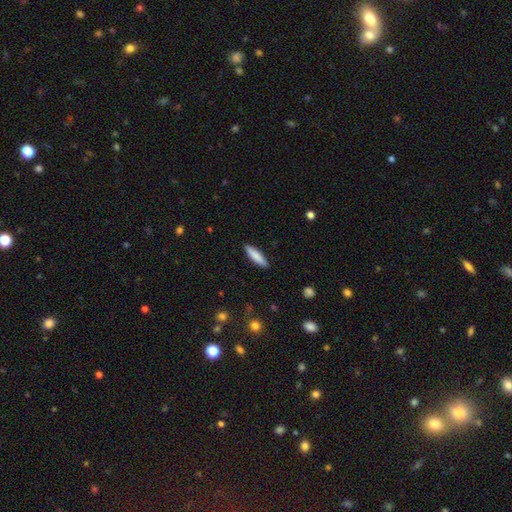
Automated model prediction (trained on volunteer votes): Smooth or featured?
  - smooth: 83% *
  - featured or disk: 11%
  - star or artifact: 6%
How rounded?
  - cigar-shaped: 72% *
  - in between: 27%
  - round: 1%
Merging?
  - none: 90% *
  - minor disturbance: 7%
  - major disturbance: 2%
  - merger: 1%